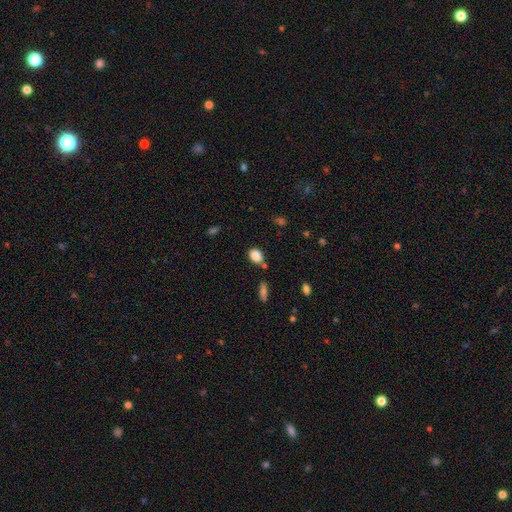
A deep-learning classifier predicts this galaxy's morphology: Smooth or featured? smooth (86%)
How rounded? in between (68%)
Merging? none (69%)